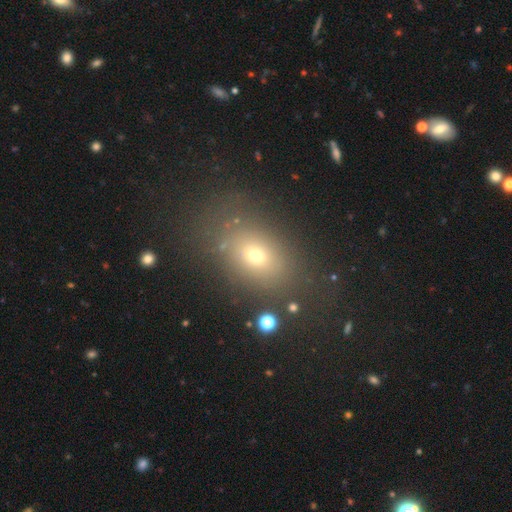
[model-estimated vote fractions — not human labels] Smooth or featured: smooth — 65% (star or artifact — 21%)
How rounded: in between — 70% (round — 27%)
Merging: none — 77% (minor disturbance — 12%)